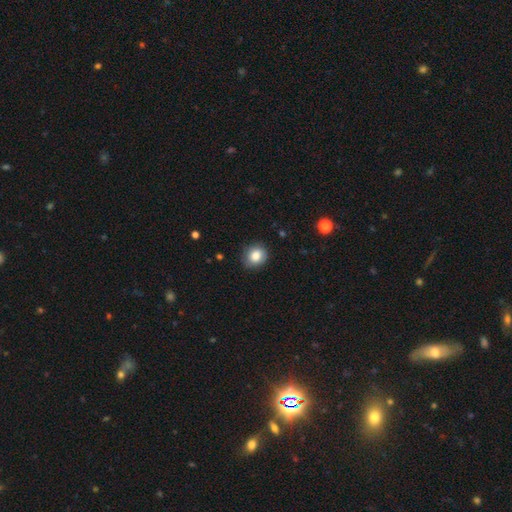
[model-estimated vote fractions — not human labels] A smooth galaxy with no disk features (84%) that is round (77%). Merging: none (85%).